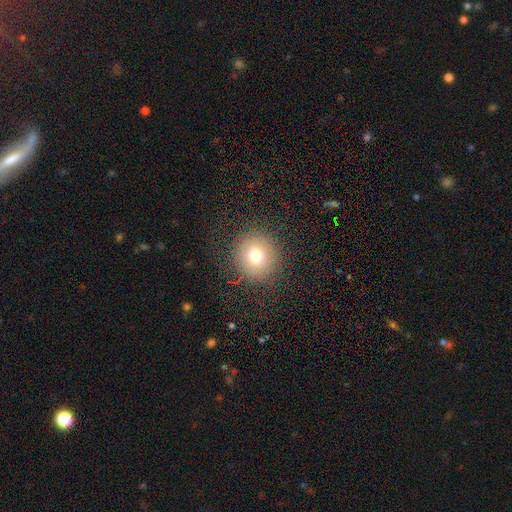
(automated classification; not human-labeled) Morphology: type=smooth (72%); roundness=round (93%); merging=none (86%).